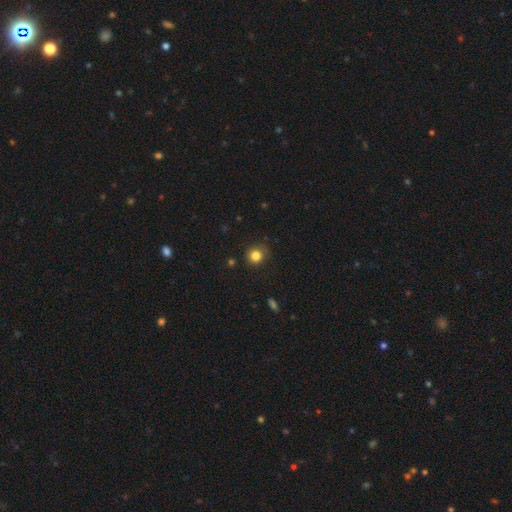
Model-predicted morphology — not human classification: Overall: smooth (82%). How rounded: round (88%). Merging: none (83%).